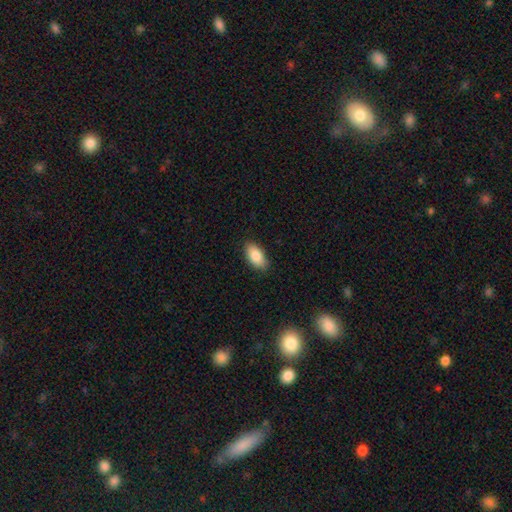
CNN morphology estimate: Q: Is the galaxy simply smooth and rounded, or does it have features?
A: smooth — 86%.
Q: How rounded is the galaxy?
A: in between — 92%.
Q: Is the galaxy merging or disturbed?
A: none — 86%.